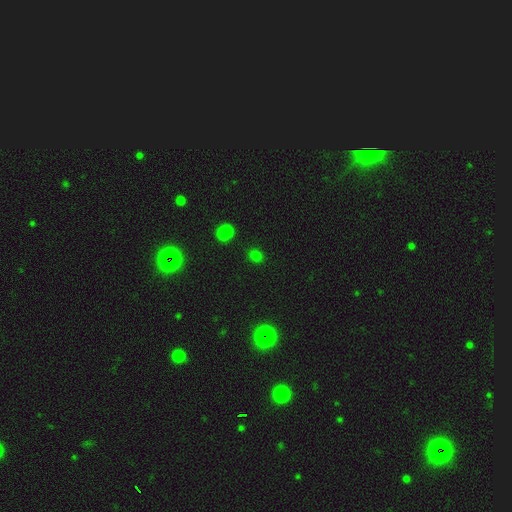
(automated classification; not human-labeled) The model was most divided on "how rounded": round: 73%, in between: 26%, cigar-shaped: 1%. More confident: merging — none (83%); smooth or featured — smooth (73%).